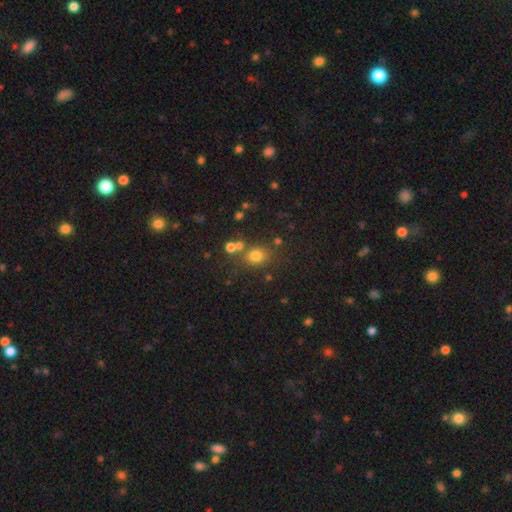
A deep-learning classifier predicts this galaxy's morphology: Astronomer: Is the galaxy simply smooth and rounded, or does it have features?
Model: smooth — 74%.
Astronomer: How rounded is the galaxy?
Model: round — 63%.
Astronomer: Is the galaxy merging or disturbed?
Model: none — 69%.